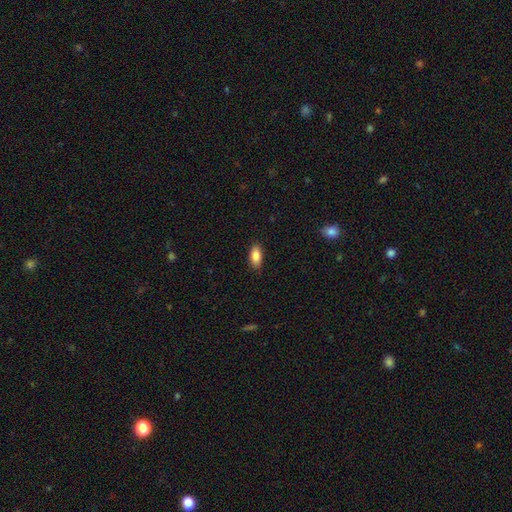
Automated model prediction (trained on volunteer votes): Smooth or featured: smooth — 86% (star or artifact — 7%)
How rounded: in between — 90% (cigar-shaped — 7%)
Merging: none — 85% (minor disturbance — 12%)